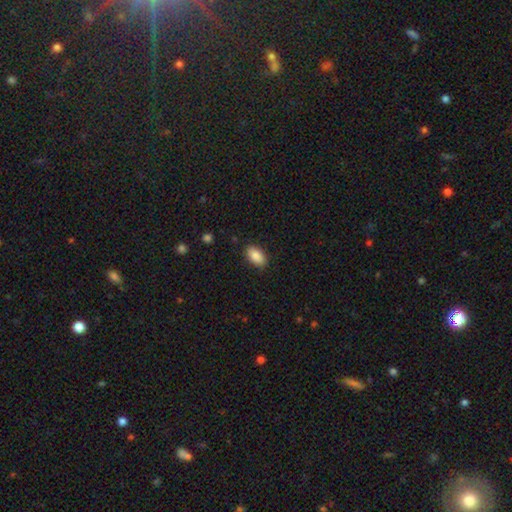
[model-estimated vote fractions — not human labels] This appears to be a smooth galaxy with no disk features (88%) that is in between round and cigar-shaped (93%). Merging: none (87%).